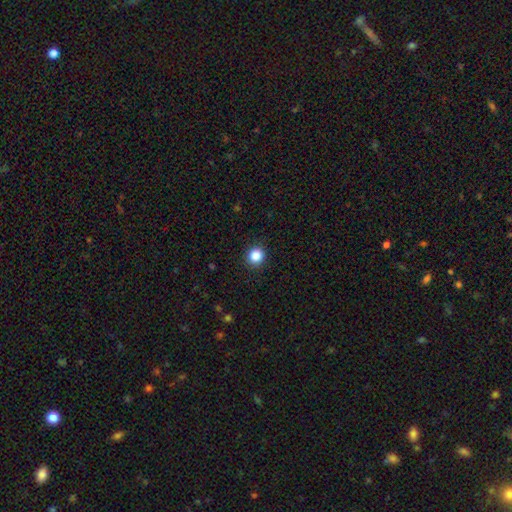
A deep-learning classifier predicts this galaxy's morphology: type=smooth (87%); roundness=round (91%); merging=none (92%).